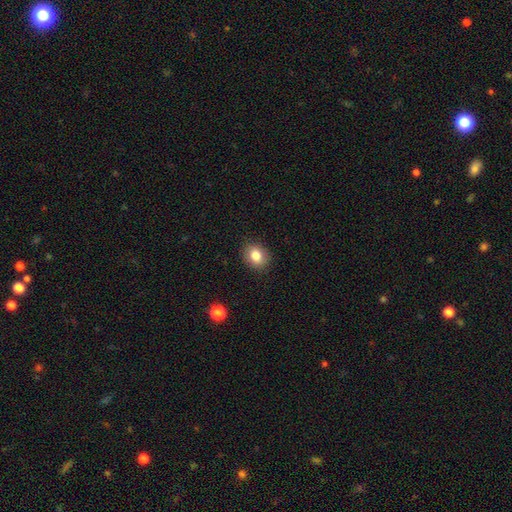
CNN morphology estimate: Smooth or featured? Predicted: smooth (p=0.83). How rounded? Predicted: round (p=0.58). Merging? Predicted: none (p=0.89).